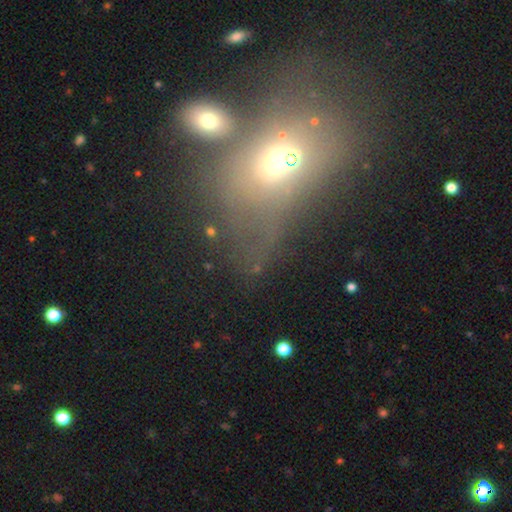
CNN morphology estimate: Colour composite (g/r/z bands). It shows a smooth galaxy with no disk features (41%). Merging: merger (45%).